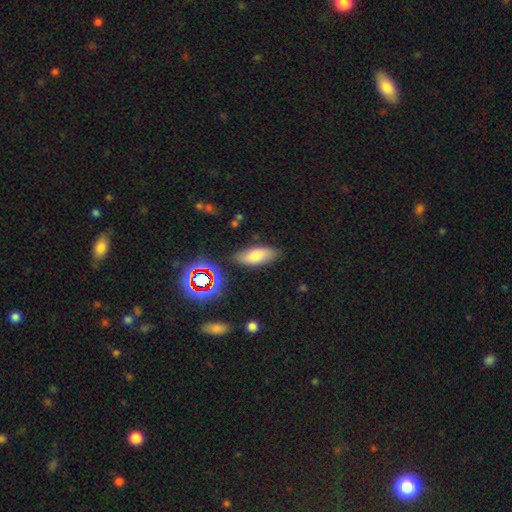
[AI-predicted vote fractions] smooth 74%, featured or disk 15%, star or artifact 11%. Down the decision tree: how rounded — in between (80%); merging — none (81%).